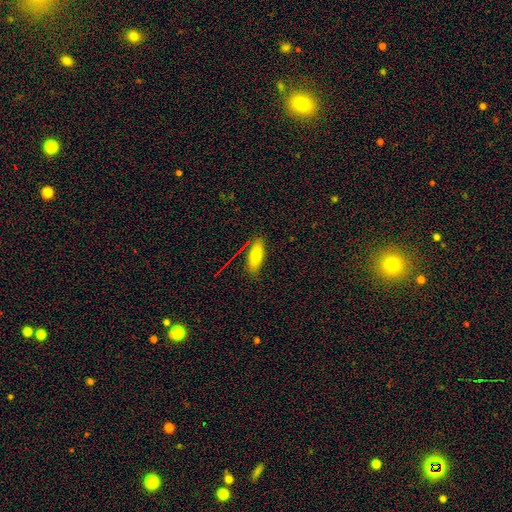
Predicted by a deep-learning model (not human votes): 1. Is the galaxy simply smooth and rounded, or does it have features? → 69% smooth, 21% featured or disk, 10% star or artifact.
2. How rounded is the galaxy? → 72% in between, 25% cigar-shaped, 4% round.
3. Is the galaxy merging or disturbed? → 83% none, 11% minor disturbance, 3% merger, 3% major disturbance.